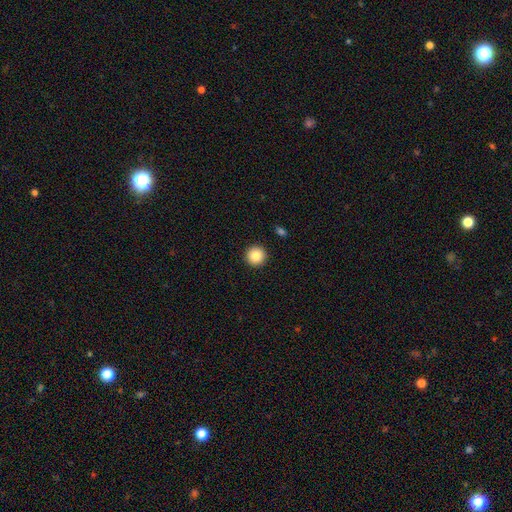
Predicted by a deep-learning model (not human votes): Smooth or featured? Predicted: smooth (p=0.85). How rounded? Predicted: round (p=0.96). Merging? Predicted: none (p=0.93).